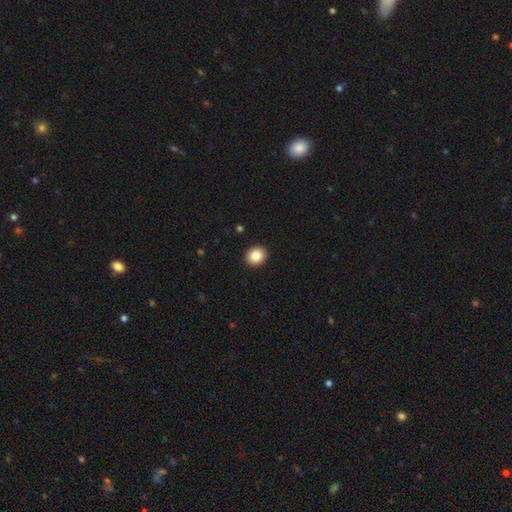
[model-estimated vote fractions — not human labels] Smooth or featured? Predicted: smooth (p=0.86). How rounded? Predicted: round (p=0.73). Merging? Predicted: none (p=0.92).